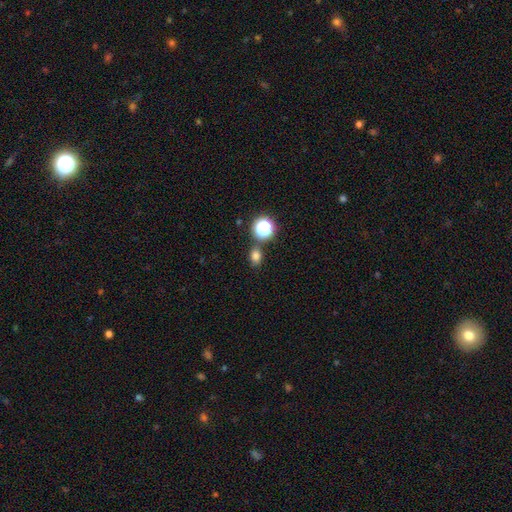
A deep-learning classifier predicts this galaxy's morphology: smooth-or-featured: smooth: 76% | star or artifact: 18% | featured or disk: 6%
  how-rounded: in between: 55% | round: 44% | cigar-shaped: 1%
  merging: none: 77% | minor disturbance: 11% | merger: 9% | major disturbance: 3%